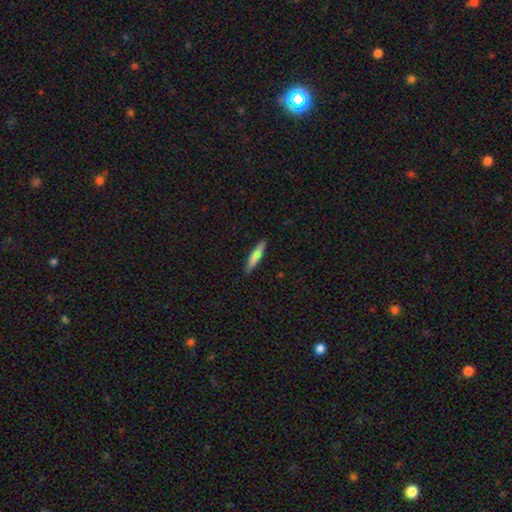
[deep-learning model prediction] smooth_or_featured: smooth (p=0.76) [alt: featured or disk p=0.18]
how_rounded: cigar-shaped (p=0.88) [alt: in between p=0.11]
merging: none (p=0.89) [alt: minor disturbance p=0.08]